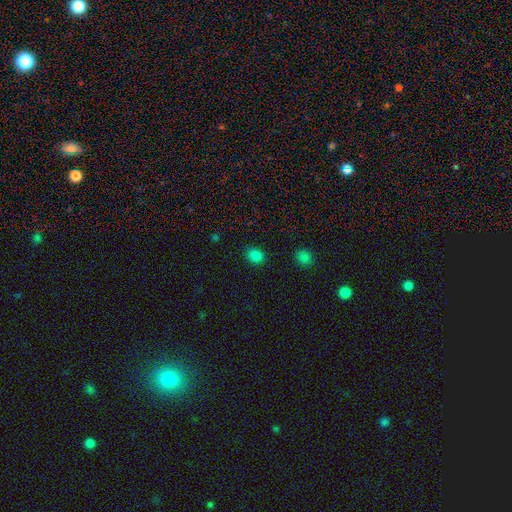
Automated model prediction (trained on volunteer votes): A smooth galaxy with no disk features (83%) that is in between round and cigar-shaped (51%).

Vote fractions:
- Smooth or featured? smooth: 83% / star or artifact: 14% / featured or disk: 3%
- How rounded? in between: 51% / round: 48% / cigar-shaped: 1%
- Merging? none: 86% / minor disturbance: 10% / major disturbance: 3% / merger: 2%